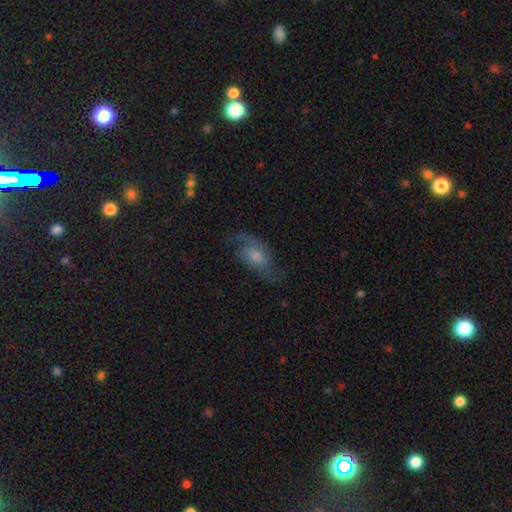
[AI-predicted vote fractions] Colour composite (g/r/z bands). It shows a featured or disk galaxy (73%) with no bar (54%), 2 (77%) medium (47%) spiral arms (92%) and a moderate central bulge (47%). Merging: none (68%).